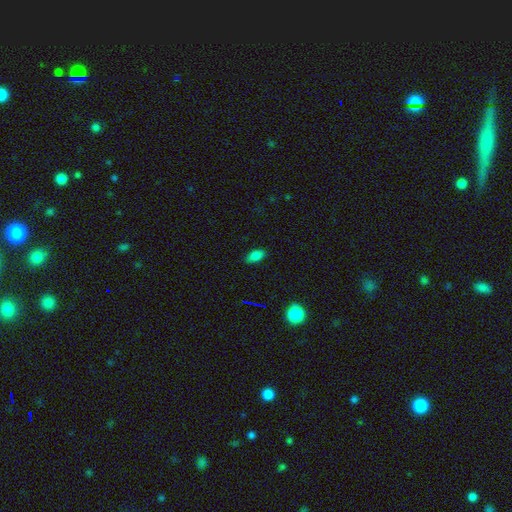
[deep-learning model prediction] Q: Smooth or featured?
A: smooth (81%); runner-up: star or artifact (12%)
Q: How rounded?
A: in between (89%); runner-up: cigar-shaped (6%)
Q: Merging?
A: none (85%); runner-up: minor disturbance (12%)